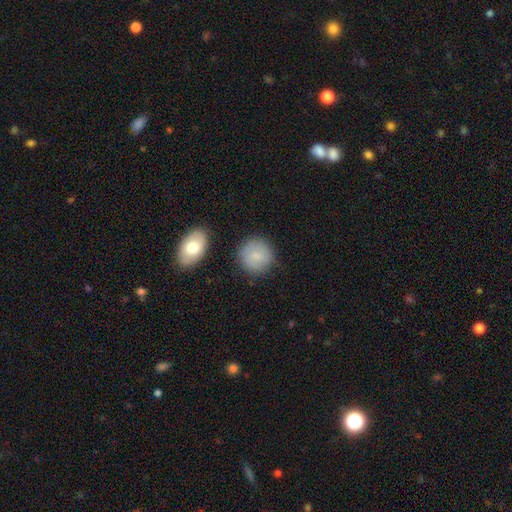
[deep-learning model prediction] Smooth or featured? Predicted: smooth (p=0.82). How rounded? Predicted: round (p=0.90). Merging? Predicted: none (p=0.82).